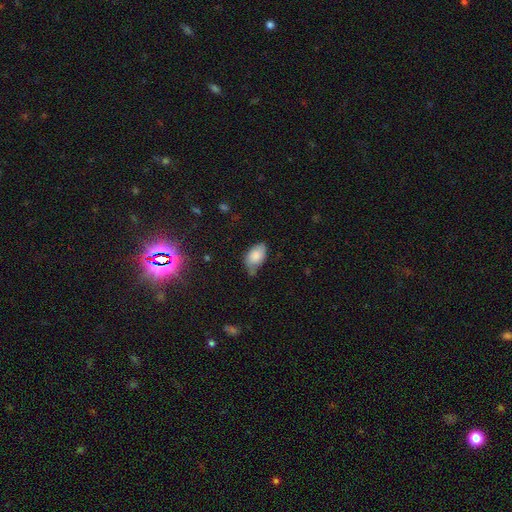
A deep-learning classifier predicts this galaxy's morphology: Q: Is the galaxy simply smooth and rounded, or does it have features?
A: smooth — 79%.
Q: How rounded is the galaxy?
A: in between — 93%.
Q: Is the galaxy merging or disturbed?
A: none — 51%.